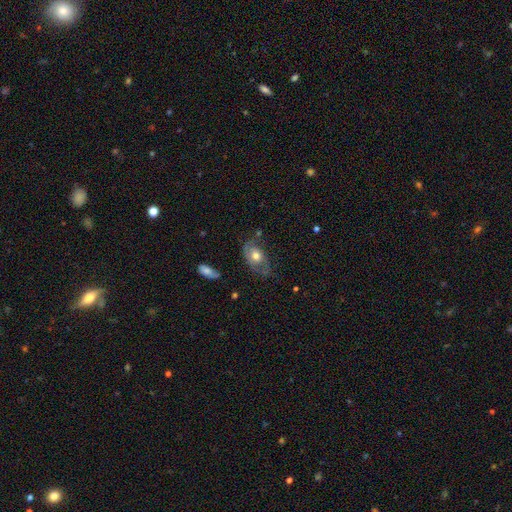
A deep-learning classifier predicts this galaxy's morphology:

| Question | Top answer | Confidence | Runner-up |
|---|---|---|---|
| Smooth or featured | featured or disk | 52% | smooth (41%) |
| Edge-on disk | no | 91% | yes (9%) |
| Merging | none | 56% | minor disturbance (28%) |